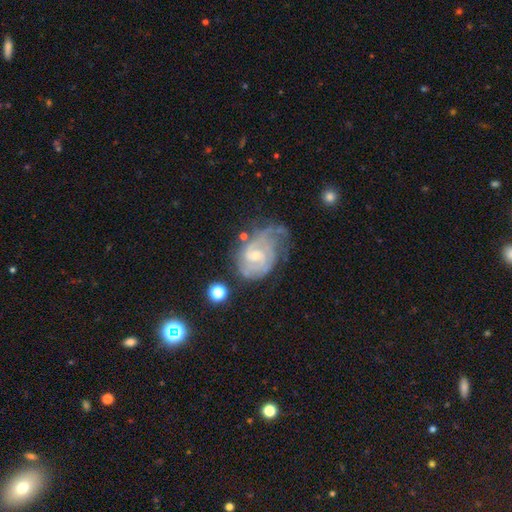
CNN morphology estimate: smooth_or_featured: featured or disk (p=0.83) [alt: smooth p=0.10]
disk_edge_on: no (p=0.97) [alt: yes p=0.03]
bar: no (p=0.48) [alt: weak p=0.45]
has_spiral_arms: yes (p=0.94) [alt: no p=0.06]
spiral_winding: tight (p=0.58) [alt: medium p=0.34]
spiral_arm_count: 2 (p=0.45) [alt: can't tell p=0.28]
bulge_size: small (p=0.57) [alt: moderate p=0.37]
merging: none (p=0.45) [alt: minor disturbance p=0.30]